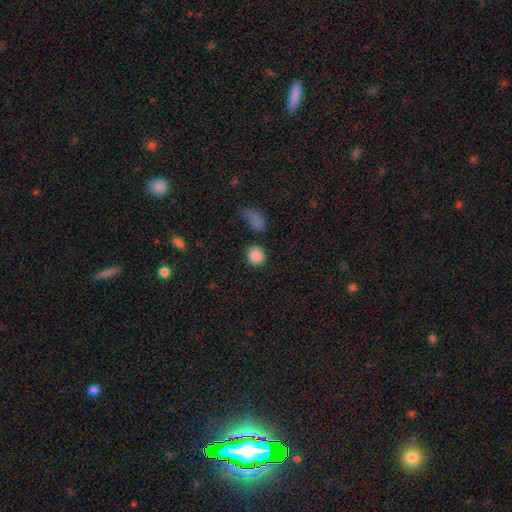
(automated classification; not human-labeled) Smooth or featured?
  - smooth: 87% *
  - star or artifact: 10%
  - featured or disk: 4%
How rounded?
  - round: 90% *
  - in between: 9%
  - cigar-shaped: 1%
Merging?
  - none: 82% *
  - minor disturbance: 9%
  - merger: 5%
  - major disturbance: 4%